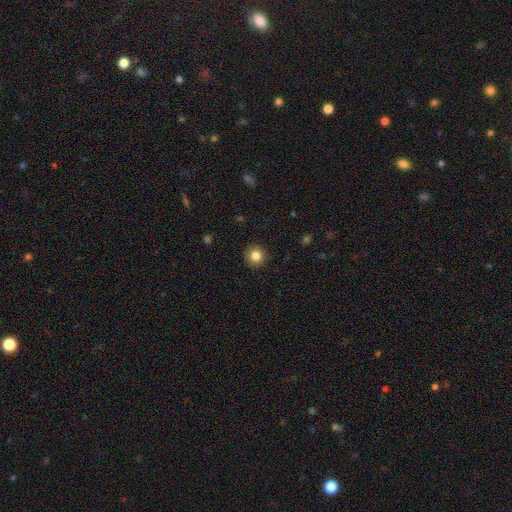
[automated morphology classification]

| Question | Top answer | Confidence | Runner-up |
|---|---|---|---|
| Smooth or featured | smooth | 84% | star or artifact (10%) |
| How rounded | round | 94% | in between (5%) |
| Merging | none | 92% | minor disturbance (6%) |